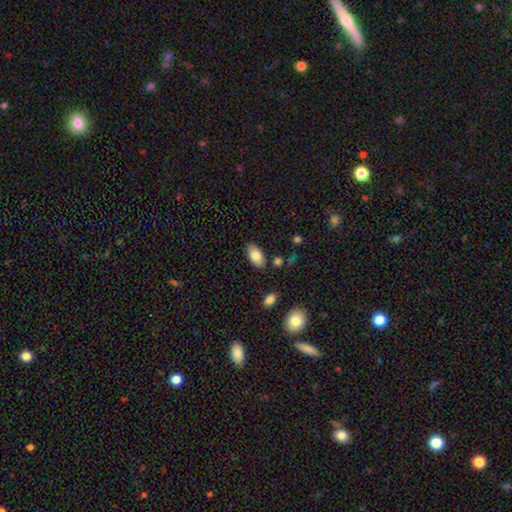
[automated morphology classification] smooth-or-featured: smooth: 83% | featured or disk: 10% | star or artifact: 7%
  how-rounded: in between: 94% | cigar-shaped: 3% | round: 3%
  merging: none: 83% | minor disturbance: 11% | merger: 3% | major disturbance: 2%